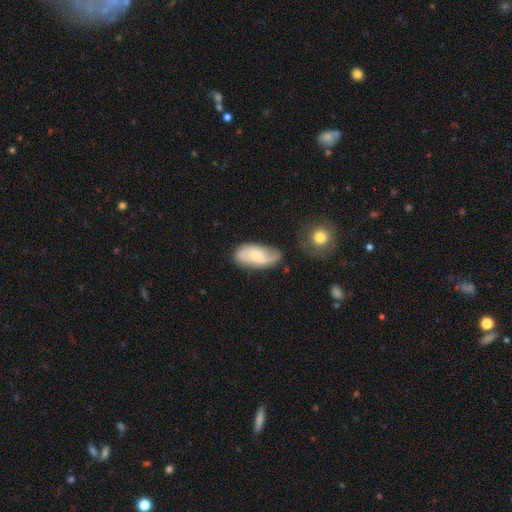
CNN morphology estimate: This is possibly a featured or disk galaxy (51%). It is clearly not viewed edge-on (93%). Merging: possibly none (55%).